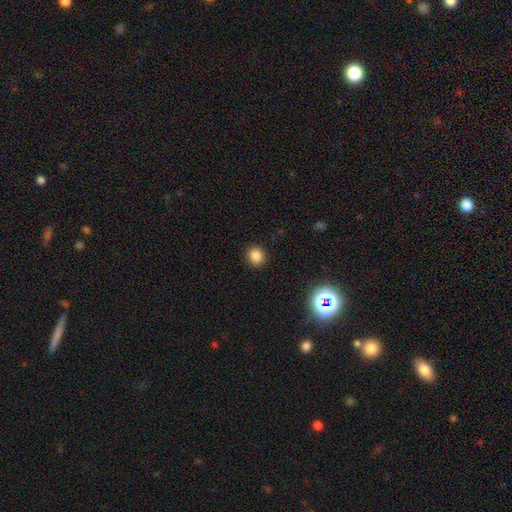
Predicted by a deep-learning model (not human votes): Smooth or featured?
  - smooth: 84% *
  - star or artifact: 12%
  - featured or disk: 4%
How rounded?
  - round: 84% *
  - in between: 15%
  - cigar-shaped: 1%
Merging?
  - none: 91% *
  - minor disturbance: 6%
  - major disturbance: 2%
  - merger: 1%